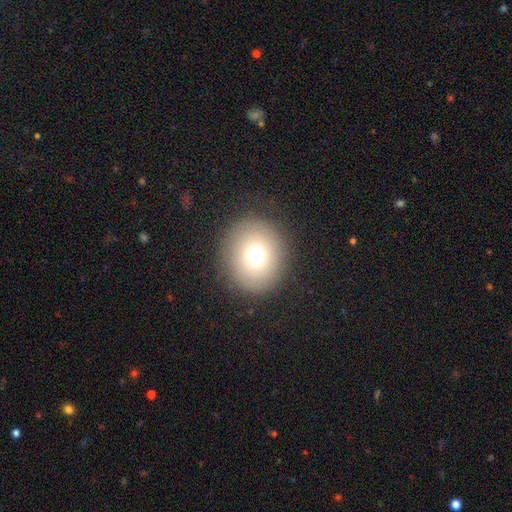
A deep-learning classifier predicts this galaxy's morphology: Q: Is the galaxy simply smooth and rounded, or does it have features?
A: smooth — 71%.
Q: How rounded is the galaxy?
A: round — 77%.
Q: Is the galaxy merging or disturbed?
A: none — 85%.